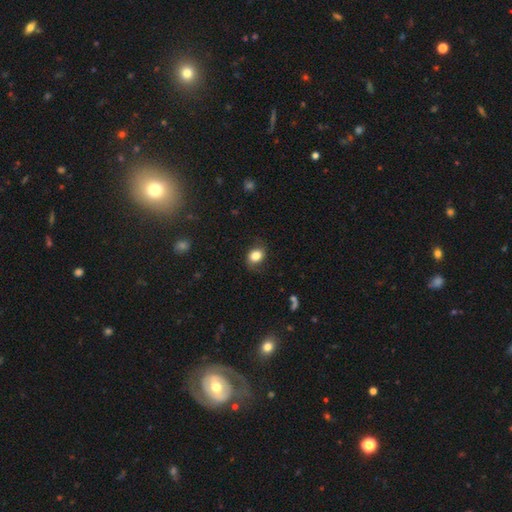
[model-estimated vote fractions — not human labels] Morphology: type=smooth (81%); roundness=in between (60%); merging=none (76%).